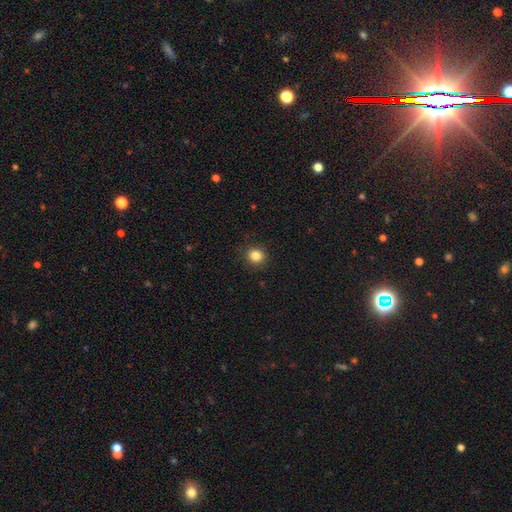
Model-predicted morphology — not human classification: Smooth or featured?
  - smooth: 85% *
  - star or artifact: 11%
  - featured or disk: 4%
How rounded?
  - round: 89% *
  - in between: 10%
  - cigar-shaped: 1%
Merging?
  - none: 91% *
  - minor disturbance: 6%
  - major disturbance: 2%
  - merger: 1%